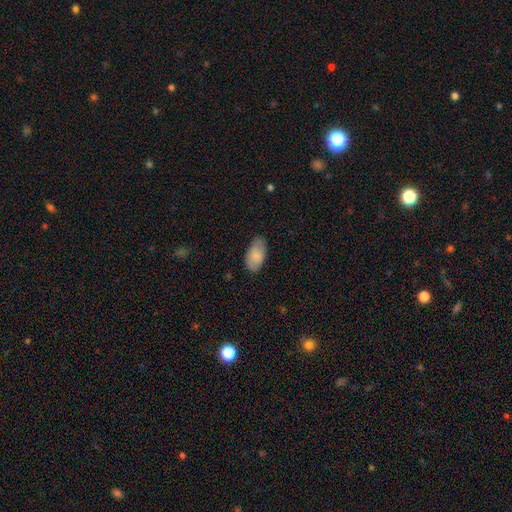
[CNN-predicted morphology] Smooth or featured?
  - smooth: 83% *
  - featured or disk: 11%
  - star or artifact: 6%
How rounded?
  - in between: 95% *
  - round: 3%
  - cigar-shaped: 2%
Merging?
  - none: 78% *
  - minor disturbance: 18%
  - major disturbance: 3%
  - merger: 1%